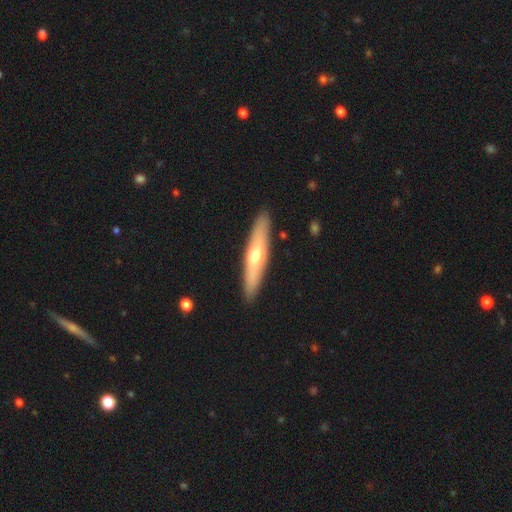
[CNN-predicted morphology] Q: Smooth or featured?
A: featured or disk (52%); runner-up: smooth (43%)
Q: Edge-on disk?
A: yes (86%); runner-up: no (14%)
Q: Merging?
A: none (91%); runner-up: minor disturbance (7%)